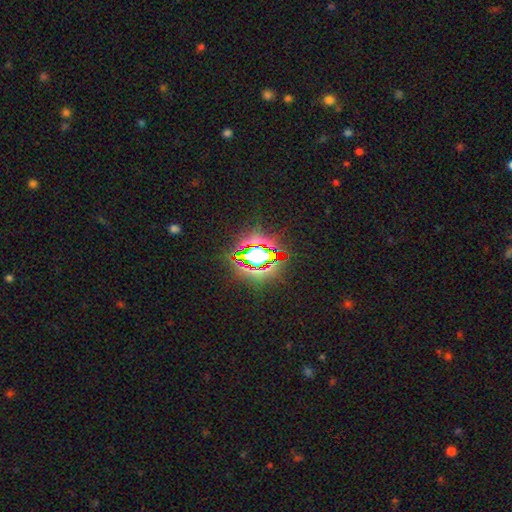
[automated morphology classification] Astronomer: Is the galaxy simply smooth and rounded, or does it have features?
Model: star or artifact — 72%.